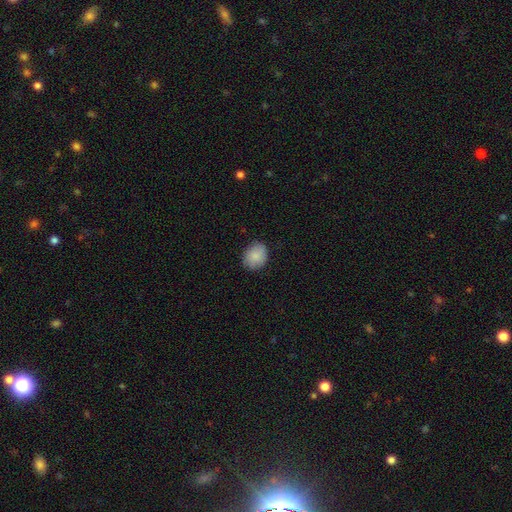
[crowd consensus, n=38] Smooth or featured?
  - smooth: 89% *
  - featured or disk: 5%
  - star or artifact: 5%
How rounded?
  - round: 68% *
  - in between: 32%
  - cigar-shaped: 0%
Merging?
  - none: 83% *
  - minor disturbance: 11%
  - major disturbance: 6%
  - merger: 0%